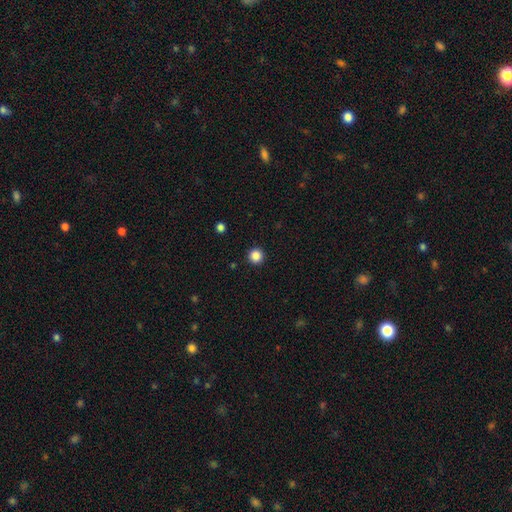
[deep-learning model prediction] Overall: smooth (86%). How rounded: round (95%). Merging: none (93%).